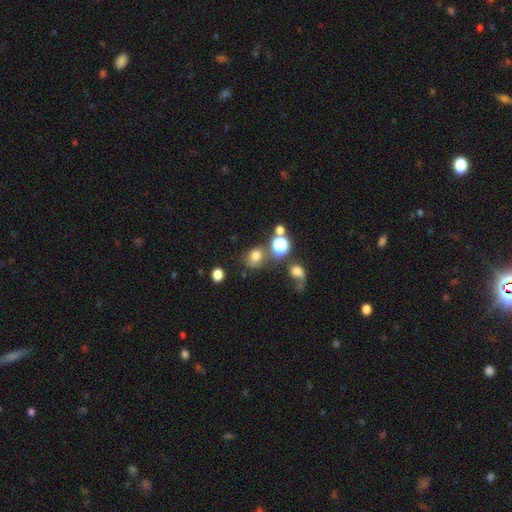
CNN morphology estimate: A smooth galaxy with no disk features (73%) that is round (63%). Merging: none (59%).